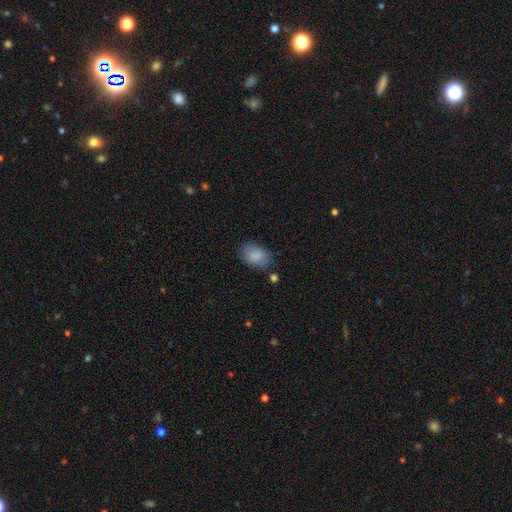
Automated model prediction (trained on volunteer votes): Smooth or featured? smooth (85%)
How rounded? in between (79%)
Merging? none (71%)